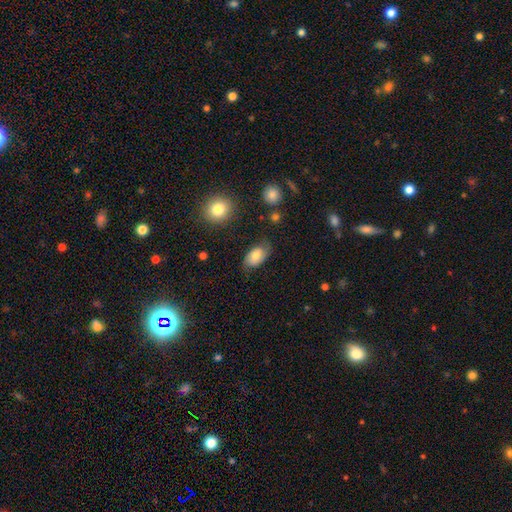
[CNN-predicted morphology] smooth_or_featured: smooth (p=0.72) [alt: featured or disk p=0.20]
how_rounded: in between (p=0.92) [alt: round p=0.07]
merging: none (p=0.70) [alt: minor disturbance p=0.21]